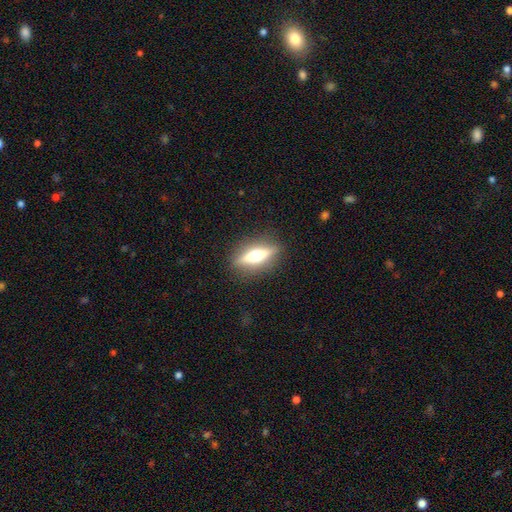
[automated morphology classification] Smooth or featured?
  - featured or disk: 63% *
  - smooth: 30%
  - star or artifact: 7%
Edge-on disk?
  - yes: 91% *
  - no: 9%
Edge-on bulge?
  - rounded: 93% *
  - boxy: 4%
  - none: 3%
Merging?
  - none: 87% *
  - minor disturbance: 8%
  - major disturbance: 3%
  - merger: 1%